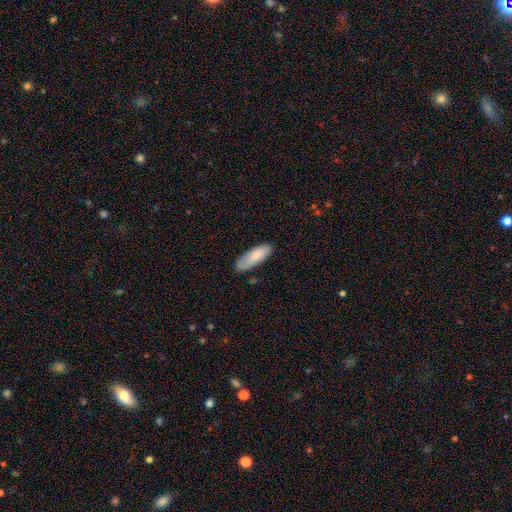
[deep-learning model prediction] Smooth or featured? smooth (85%)
How rounded? in between (68%)
Merging? none (75%)